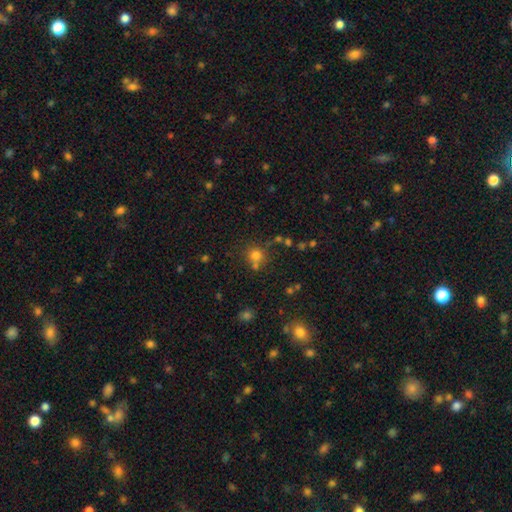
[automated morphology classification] Smooth or featured: smooth — 74% (star or artifact — 17%)
How rounded: round — 87% (in between — 12%)
Merging: none — 65% (merger — 19%)